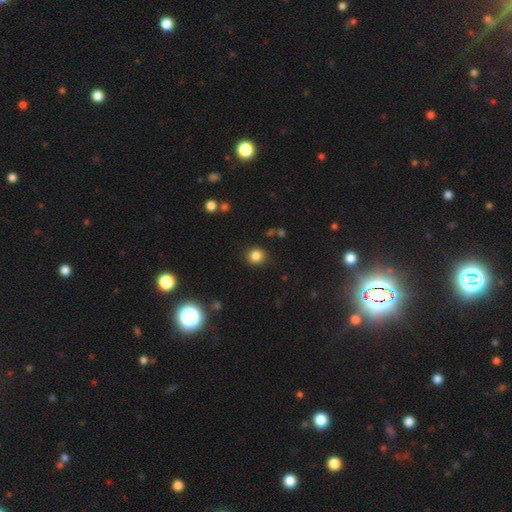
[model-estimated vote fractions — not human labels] Overall: smooth (83%). How rounded: round (85%). Merging: none (88%).